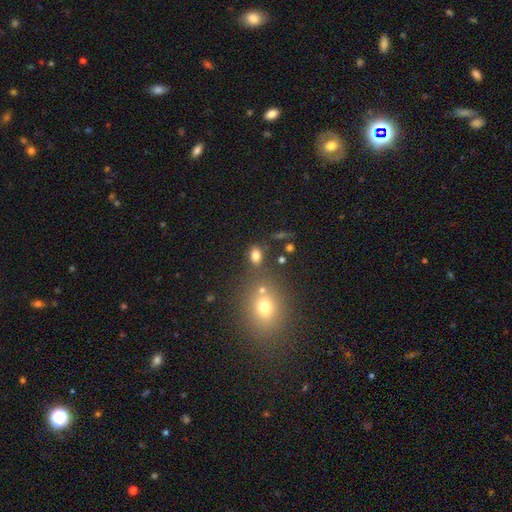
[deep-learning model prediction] smooth-or-featured: smooth: 79% | star or artifact: 14% | featured or disk: 8%
  how-rounded: in between: 77% | round: 21% | cigar-shaped: 2%
  merging: none: 68% | minor disturbance: 14% | merger: 13% | major disturbance: 6%